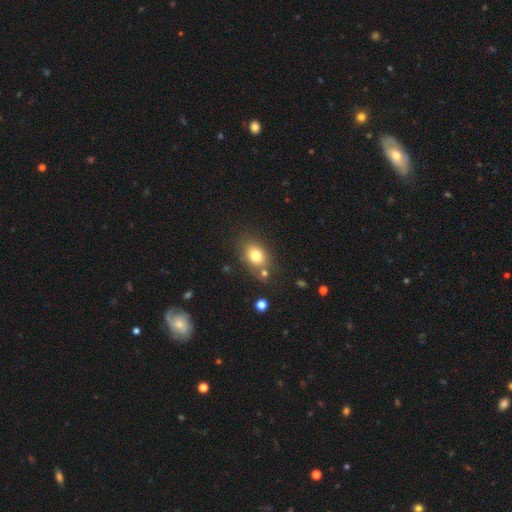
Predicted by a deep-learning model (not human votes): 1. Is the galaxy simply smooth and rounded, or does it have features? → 76% smooth, 13% featured or disk, 11% star or artifact.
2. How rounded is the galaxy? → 69% in between, 30% round, 1% cigar-shaped.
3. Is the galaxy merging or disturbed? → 66% none, 15% minor disturbance, 14% merger, 5% major disturbance.